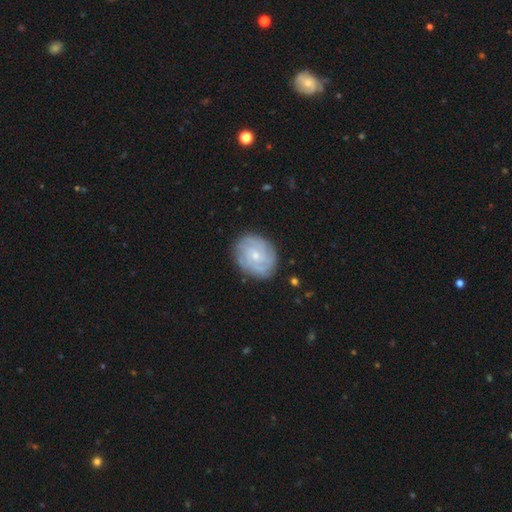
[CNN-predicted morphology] A featured or disk galaxy (81%) with no bar (64%), 3 (26%, tied with can't tell) tight (73%) spiral arms (96%) and a small central bulge (66%). Merging: none (83%).